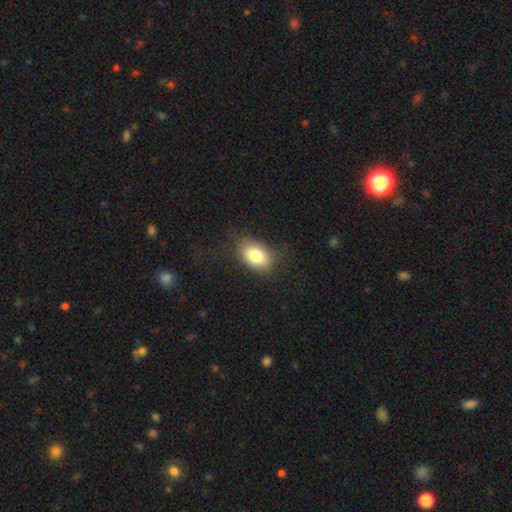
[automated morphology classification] A smooth galaxy with no disk features (80%) that is in between round and cigar-shaped (84%). Merging: none (70%).